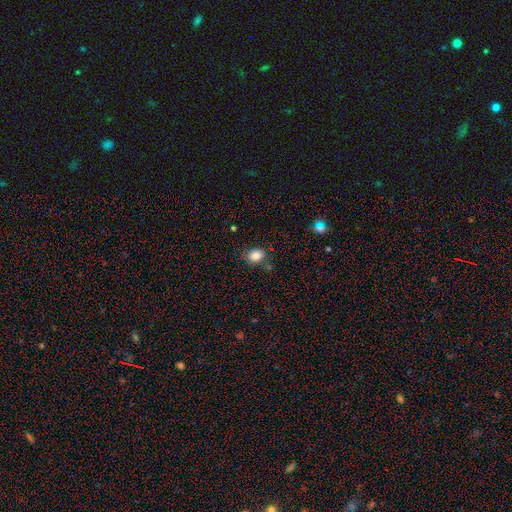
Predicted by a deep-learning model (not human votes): Morphology: type=smooth (85%); roundness=in between (59%); merging=none (74%).